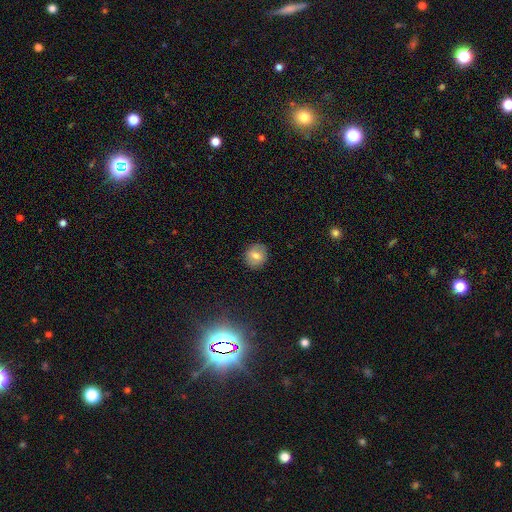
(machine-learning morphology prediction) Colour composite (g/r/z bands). It shows a smooth galaxy with no disk features (70%) that is round (83%). Merging: none (89%).